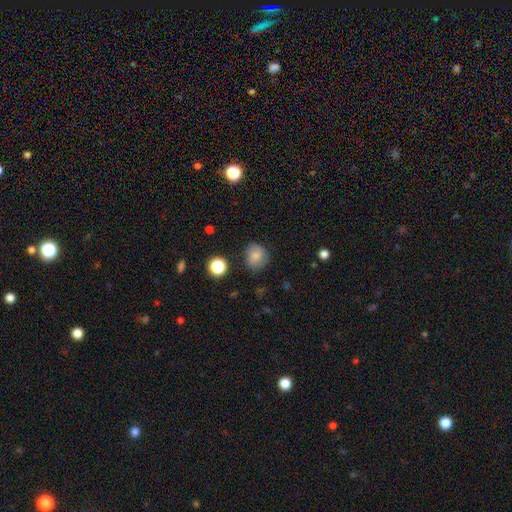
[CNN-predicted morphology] Q: Smooth or featured?
A: smooth (80%); runner-up: star or artifact (12%)
Q: How rounded?
A: round (79%); runner-up: in between (20%)
Q: Merging?
A: none (78%); runner-up: minor disturbance (16%)